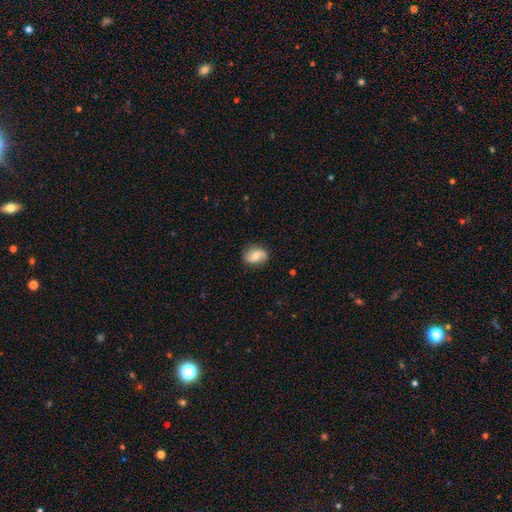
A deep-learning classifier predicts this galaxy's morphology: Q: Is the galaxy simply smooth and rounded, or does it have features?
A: smooth — 49%.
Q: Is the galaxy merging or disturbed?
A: none — 81%.